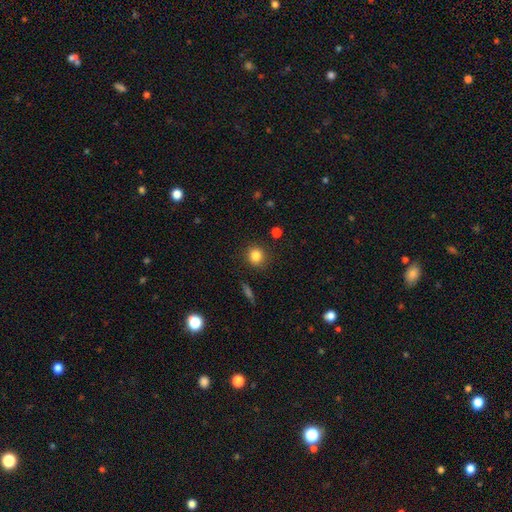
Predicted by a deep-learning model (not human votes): Smooth or featured? Predicted: smooth (p=0.84). How rounded? Predicted: round (p=0.86). Merging? Predicted: none (p=0.88).